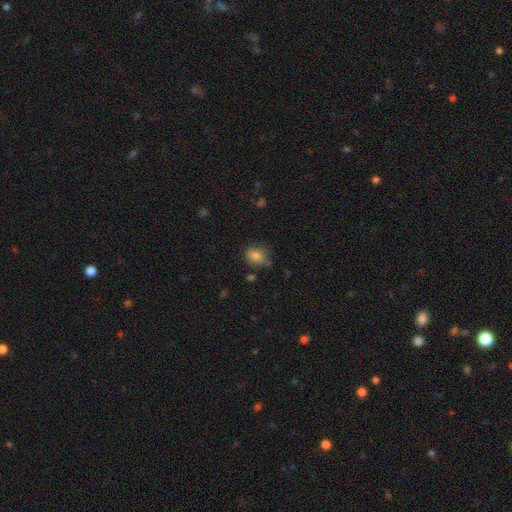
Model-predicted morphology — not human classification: smooth-or-featured: smooth: 80% | star or artifact: 11% | featured or disk: 9%
  how-rounded: in between: 61% | round: 38% | cigar-shaped: 1%
  merging: none: 72% | minor disturbance: 20% | major disturbance: 5% | merger: 4%